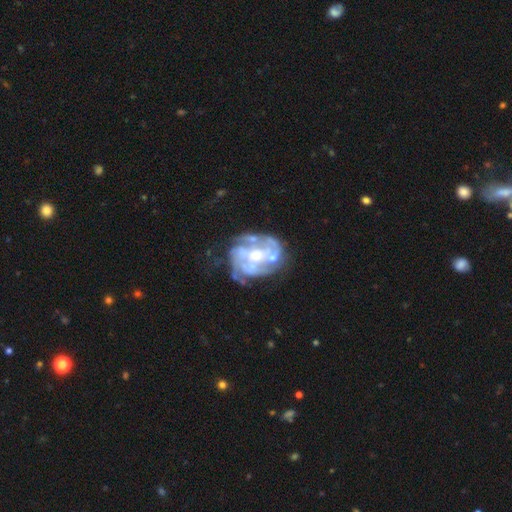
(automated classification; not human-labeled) Smooth or featured?
  - featured or disk: 84% *
  - smooth: 8%
  - star or artifact: 7%
Edge-on disk?
  - no: 98% *
  - yes: 2%
Bar?
  - no: 61% *
  - weak: 28%
  - strong: 11%
Spiral arms?
  - yes: 77% *
  - no: 23%
Spiral winding?
  - tight: 45% *
  - medium: 39%
  - loose: 17%
Spiral arm count?
  - can't tell: 35% *
  - 3: 22%
  - 2: 17%
  - 4: 15%
  - more than 4: 6%
  - 1: 5%
Bulge size?
  - moderate: 55% *
  - small: 36%
  - large: 4%
  - none: 4%
  - dominant: 1%
Merging?
  - none: 49% *
  - major disturbance: 21%
  - minor disturbance: 20%
  - merger: 10%